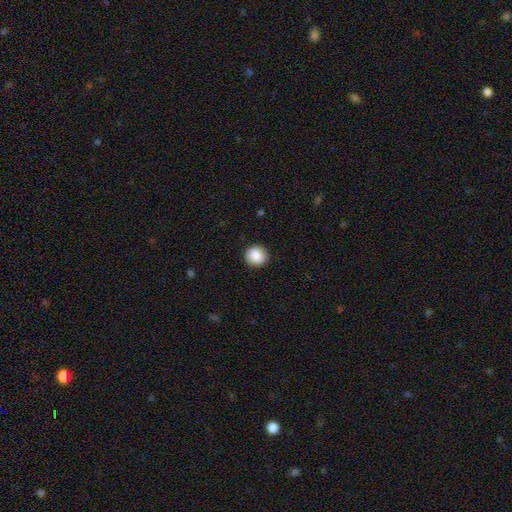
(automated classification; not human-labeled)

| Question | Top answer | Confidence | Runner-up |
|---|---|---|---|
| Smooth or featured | smooth | 86% | star or artifact (8%) |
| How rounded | round | 81% | in between (18%) |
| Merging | none | 87% | minor disturbance (10%) |